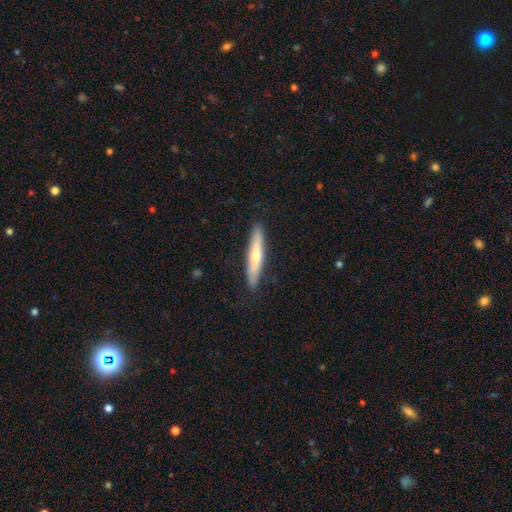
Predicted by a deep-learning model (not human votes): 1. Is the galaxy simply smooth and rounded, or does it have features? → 56% smooth, 39% featured or disk, 5% star or artifact.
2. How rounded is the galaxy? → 90% cigar-shaped, 9% in between, 1% round.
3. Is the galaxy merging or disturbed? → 88% none, 9% minor disturbance, 2% major disturbance, 1% merger.